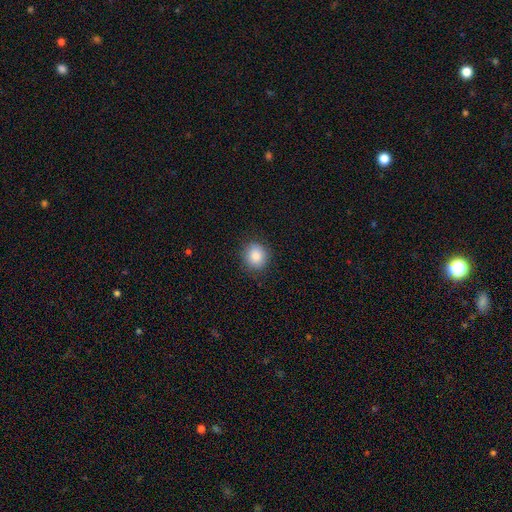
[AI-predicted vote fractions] Q: Smooth or featured?
A: smooth (86%); runner-up: star or artifact (9%)
Q: How rounded?
A: round (82%); runner-up: in between (17%)
Q: Merging?
A: none (87%); runner-up: minor disturbance (9%)